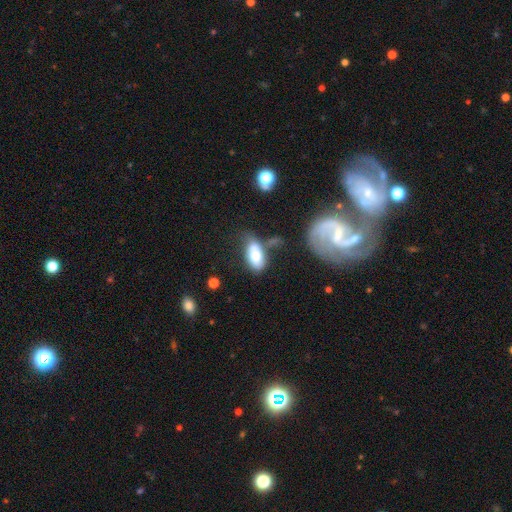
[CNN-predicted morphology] A smooth galaxy with no disk features (67%) that is in between round and cigar-shaped (90%). Merging: merger (33%).